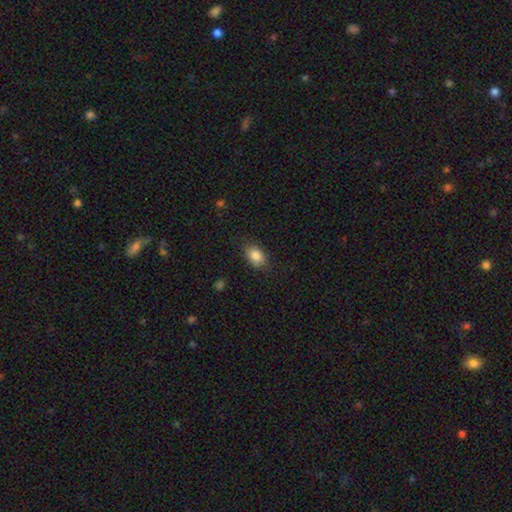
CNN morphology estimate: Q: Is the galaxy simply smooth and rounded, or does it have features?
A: smooth — 85%.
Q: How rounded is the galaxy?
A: in between — 76%.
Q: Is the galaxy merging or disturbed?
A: none — 80%.